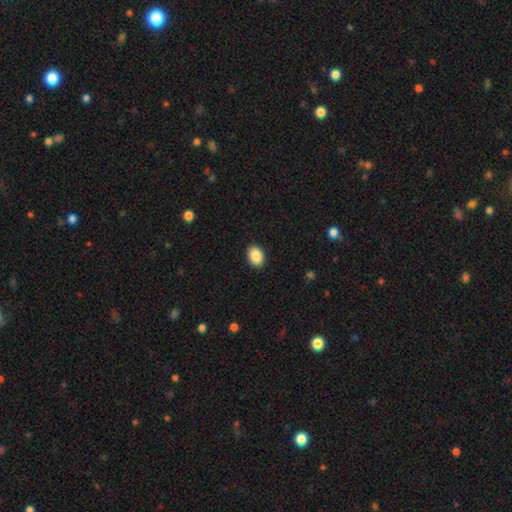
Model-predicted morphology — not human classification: A smooth galaxy with no disk features (88%) that is in between round and cigar-shaped (75%).

Vote fractions:
- Smooth or featured? smooth: 88% / star or artifact: 8% / featured or disk: 4%
- How rounded? in between: 75% / round: 24% / cigar-shaped: 1%
- Merging? none: 91% / minor disturbance: 7% / major disturbance: 2% / merger: 1%